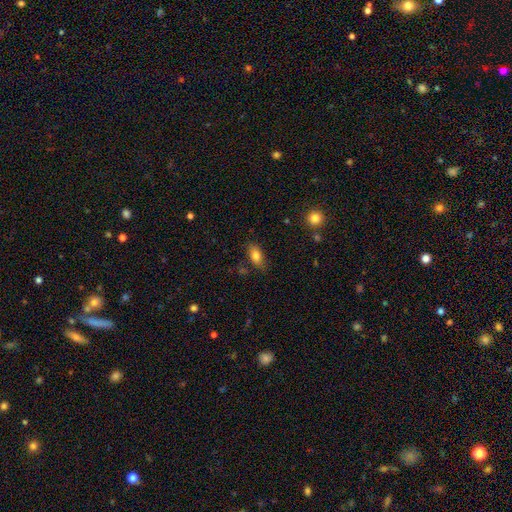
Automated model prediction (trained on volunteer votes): smooth_or_featured: smooth (p=0.79) [alt: featured or disk p=0.12]
how_rounded: in between (p=0.86) [alt: cigar-shaped p=0.09]
merging: none (p=0.78) [alt: minor disturbance p=0.15]